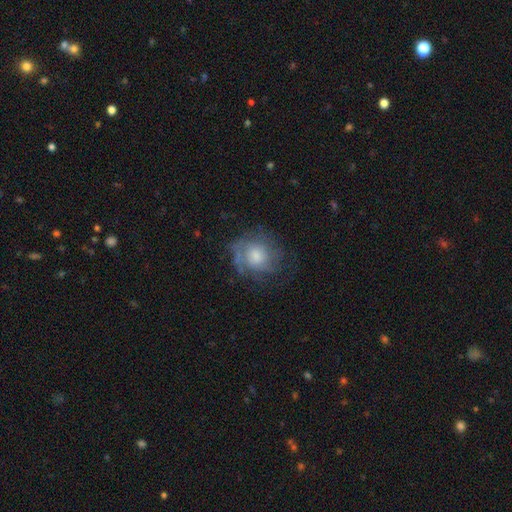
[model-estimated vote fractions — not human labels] Morphology: type=featured or disk (54%); edge-on=no (97%); bar=no (79%); spiral arms=yes (74%); bulge=moderate (46%); merging=none (60%).